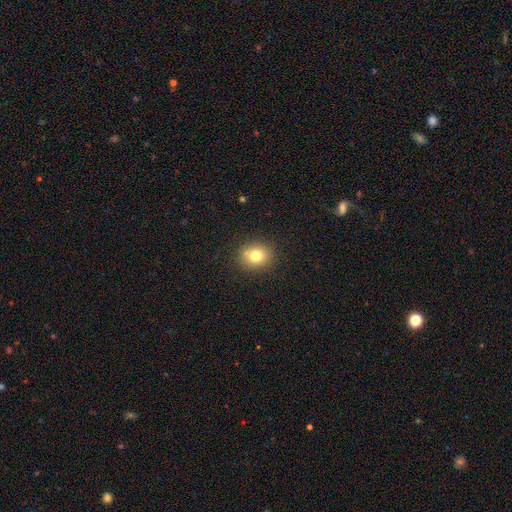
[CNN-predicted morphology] smooth_or_featured: smooth (p=0.77) [alt: star or artifact p=0.13]
how_rounded: round (p=0.70) [alt: in between p=0.29]
merging: none (p=0.83) [alt: minor disturbance p=0.10]